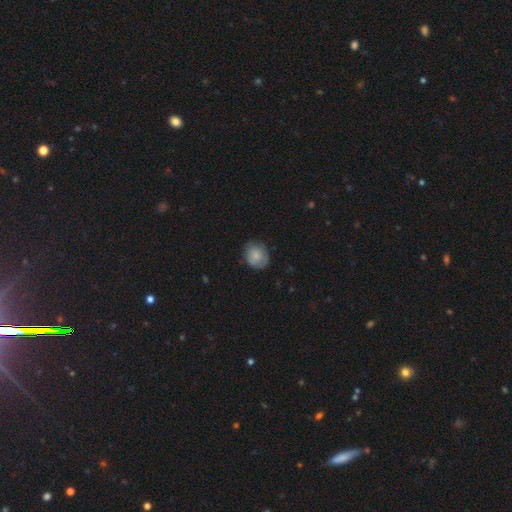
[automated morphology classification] Q: Smooth or featured?
A: smooth (77%); runner-up: featured or disk (15%)
Q: How rounded?
A: round (72%); runner-up: in between (27%)
Q: Merging?
A: none (72%); runner-up: minor disturbance (22%)